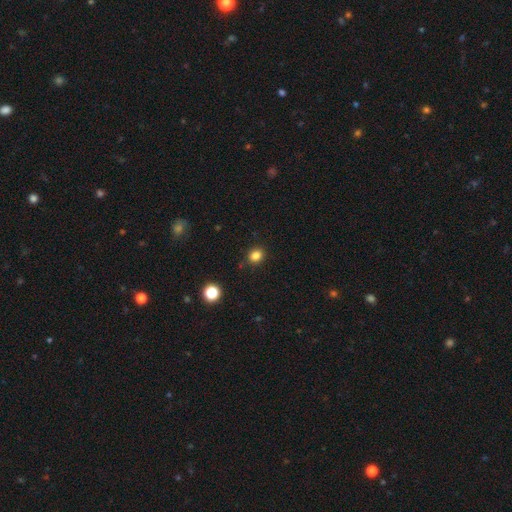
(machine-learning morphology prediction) smooth 83%, star or artifact 13%, featured or disk 4%. Down the decision tree: how rounded — round (72%); merging — none (87%).